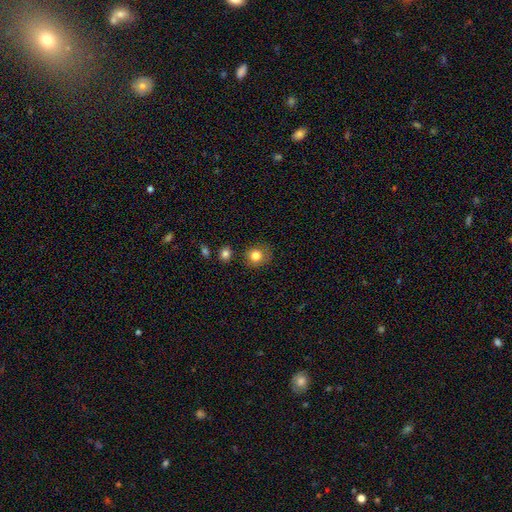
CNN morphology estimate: A smooth galaxy with no disk features (81%) that is round (81%). Merging: none (76%).